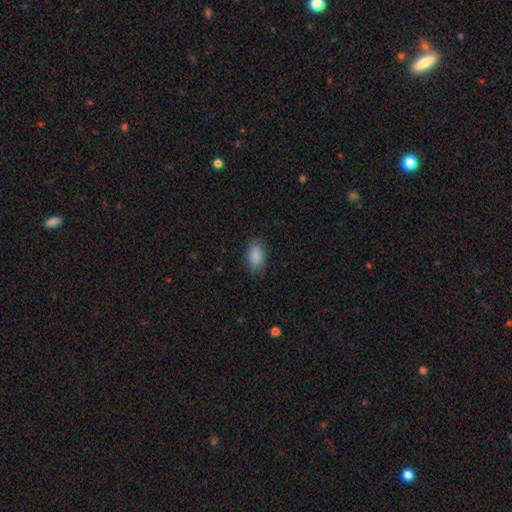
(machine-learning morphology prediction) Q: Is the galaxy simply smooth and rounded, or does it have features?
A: smooth — 89%.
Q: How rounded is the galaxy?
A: in between — 92%.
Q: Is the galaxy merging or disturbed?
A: none — 85%.